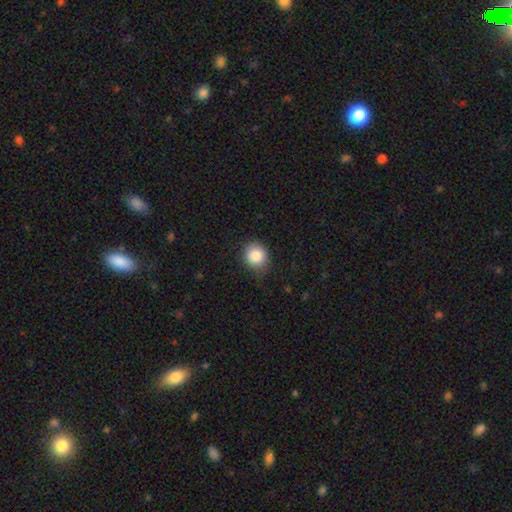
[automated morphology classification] This appears to be a smooth galaxy with no disk features (86%) that is round (76%). Merging: none (78%).